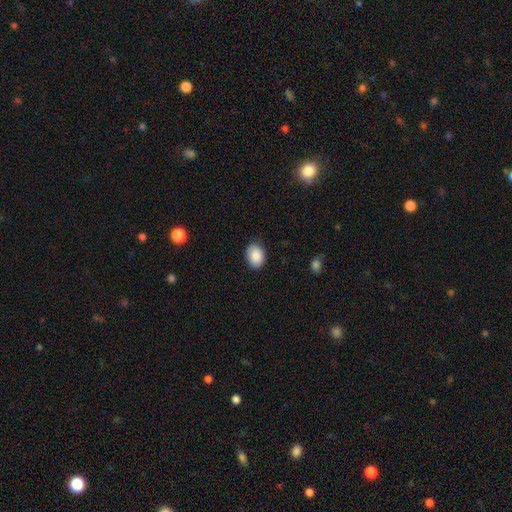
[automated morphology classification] Smooth or featured: smooth — 89% (star or artifact — 7%)
How rounded: in between — 70% (round — 29%)
Merging: none — 84% (minor disturbance — 12%)